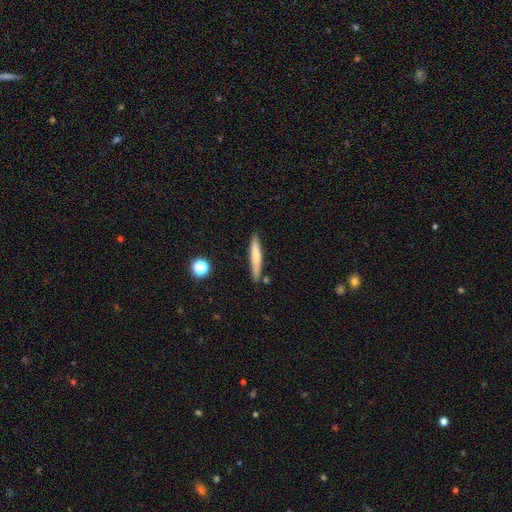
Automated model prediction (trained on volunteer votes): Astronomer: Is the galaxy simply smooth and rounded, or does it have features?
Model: smooth — 67%.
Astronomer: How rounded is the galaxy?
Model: cigar-shaped — 93%.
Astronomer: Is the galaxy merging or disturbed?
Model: none — 83%.